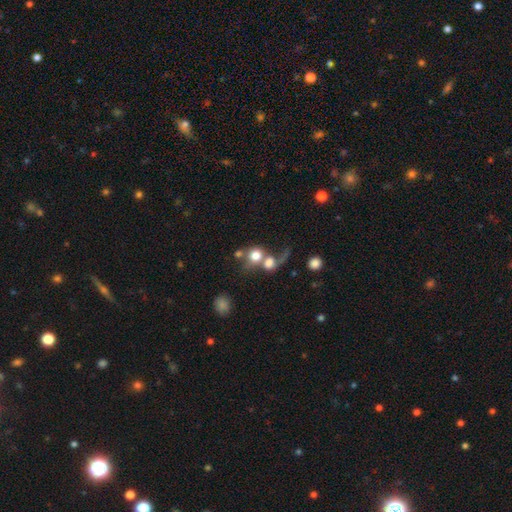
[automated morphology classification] Overall: smooth (72%). How rounded: round (76%). Merging: merger (59%; none 22%).